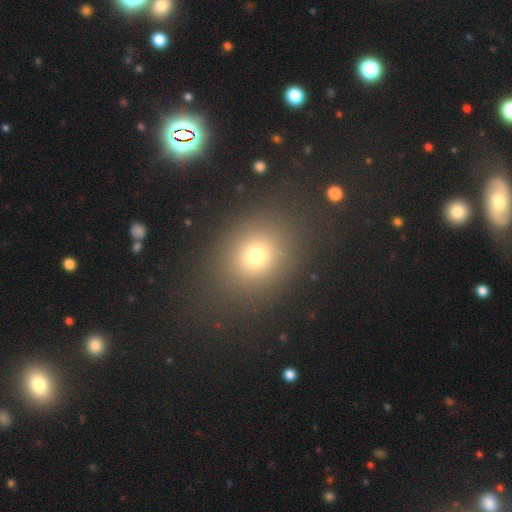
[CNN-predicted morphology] smooth 70%, star or artifact 21%, featured or disk 9%. Down the decision tree: how rounded — round (59%); merging — none (85%).